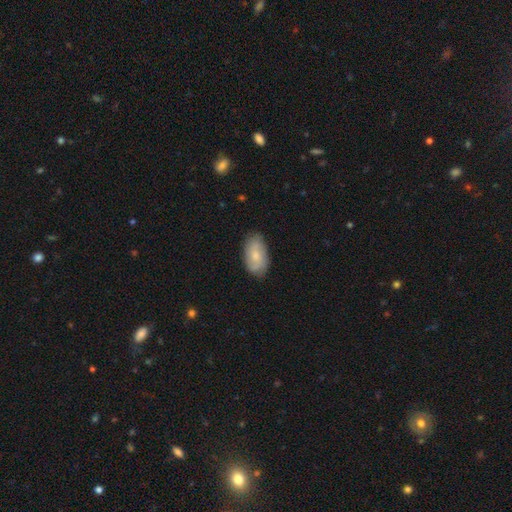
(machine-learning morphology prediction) Smooth or featured? smooth (58%)
How rounded? in between (93%)
Merging? none (78%)